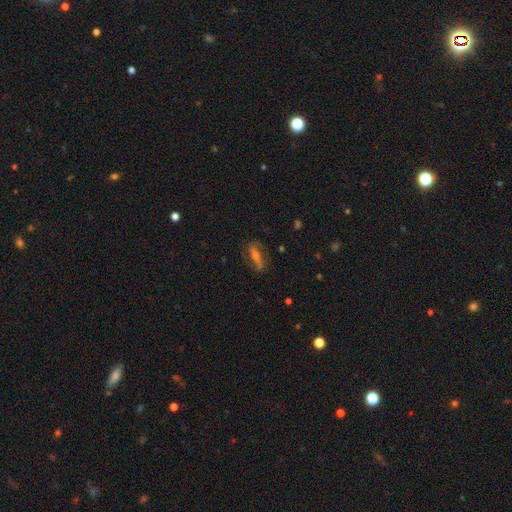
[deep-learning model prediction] smooth_or_featured: featured or disk (p=0.64) [alt: smooth p=0.24]
disk_edge_on: no (p=0.73) [alt: yes p=0.27]
merging: none (p=0.77) [alt: minor disturbance p=0.15]